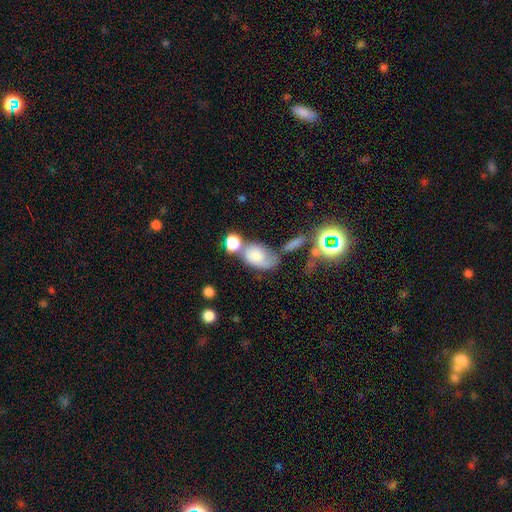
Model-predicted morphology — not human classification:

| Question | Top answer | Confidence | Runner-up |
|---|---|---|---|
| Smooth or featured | smooth | 66% | featured or disk (22%) |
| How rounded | in between | 82% | round (15%) |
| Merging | merger | 35% | none (28%) |